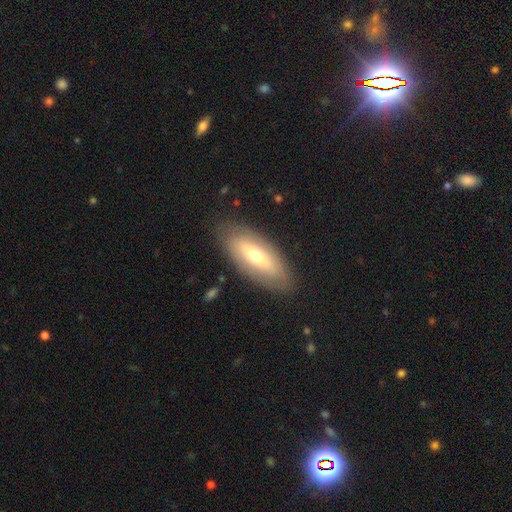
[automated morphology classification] This is possibly a smooth galaxy (50%). Merging: clearly none (84%).